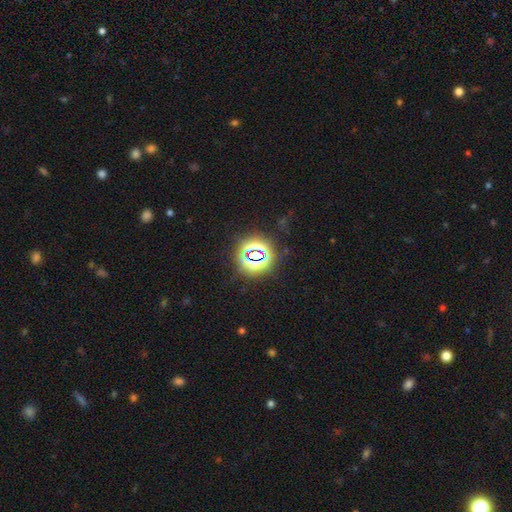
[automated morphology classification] Overall: star or artifact (75%).